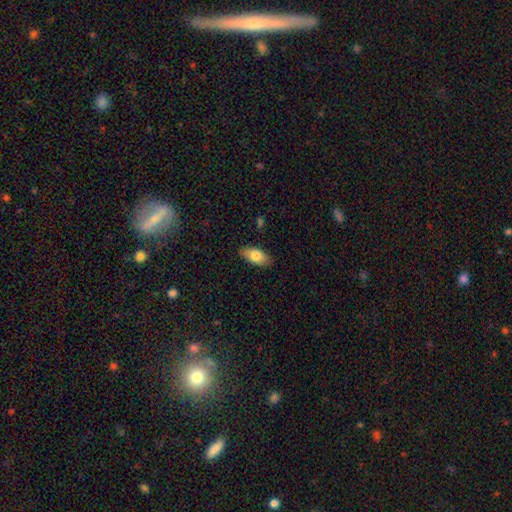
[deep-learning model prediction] A smooth galaxy with no disk features (79%) that is in between round and cigar-shaped (90%).

Vote fractions:
- Smooth or featured? smooth: 79% / featured or disk: 14% / star or artifact: 6%
- How rounded? in between: 90% / cigar-shaped: 7% / round: 3%
- Merging? none: 87% / minor disturbance: 9% / major disturbance: 2% / merger: 1%